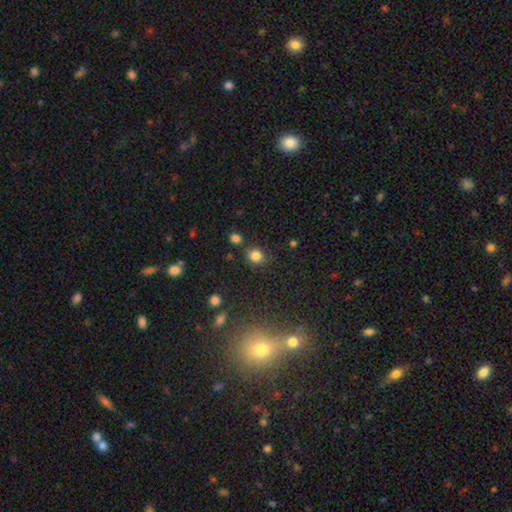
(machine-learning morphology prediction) smooth_or_featured: smooth (p=0.81) [alt: star or artifact p=0.13]
how_rounded: round (p=0.79) [alt: in between p=0.20]
merging: none (p=0.79) [alt: minor disturbance p=0.11]